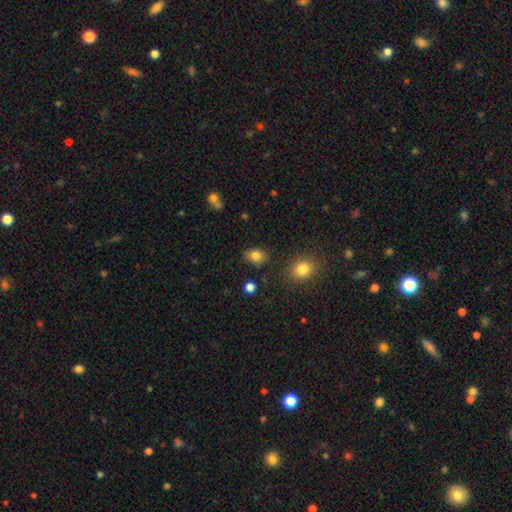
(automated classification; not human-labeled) Smooth or featured? Predicted: smooth (p=0.83). How rounded? Predicted: in between (p=0.53). Merging? Predicted: none (p=0.81).